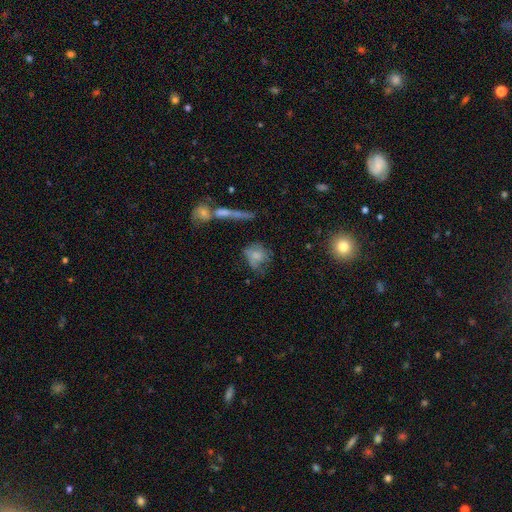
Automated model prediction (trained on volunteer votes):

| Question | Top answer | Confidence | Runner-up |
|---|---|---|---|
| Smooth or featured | smooth | 60% | featured or disk (29%) |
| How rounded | round | 49% | in between (46%) |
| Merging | none | 38% | major disturbance (26%) |